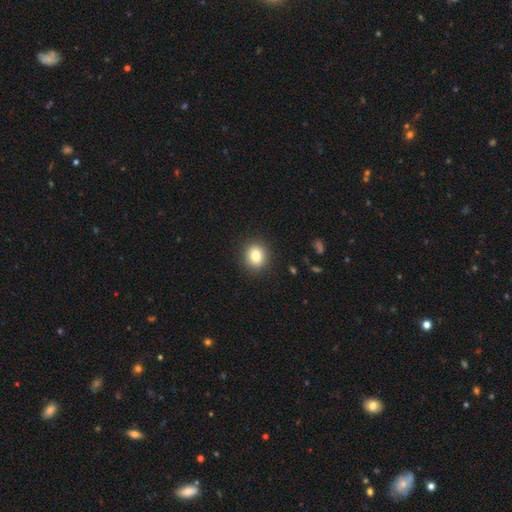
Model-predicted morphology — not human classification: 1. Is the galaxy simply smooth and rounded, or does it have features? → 82% smooth, 10% star or artifact, 8% featured or disk.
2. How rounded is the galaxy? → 77% round, 22% in between, 1% cigar-shaped.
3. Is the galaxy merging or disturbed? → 91% none, 6% minor disturbance, 2% major disturbance, 1% merger.